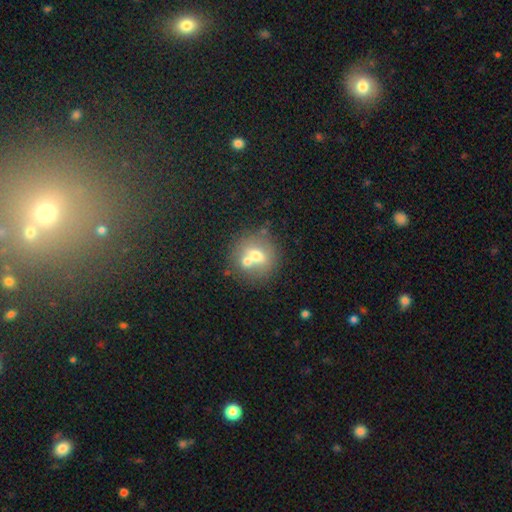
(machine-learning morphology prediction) Overall: smooth (61%; featured or disk 28%). How rounded: round (83%). Merging: none (49%; merger 37%).